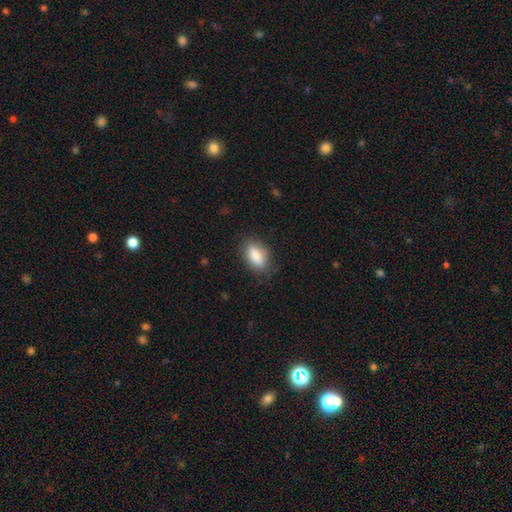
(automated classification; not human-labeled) Smooth or featured: smooth — 85% (featured or disk — 8%)
How rounded: in between — 87% (cigar-shaped — 8%)
Merging: none — 79% (minor disturbance — 16%)